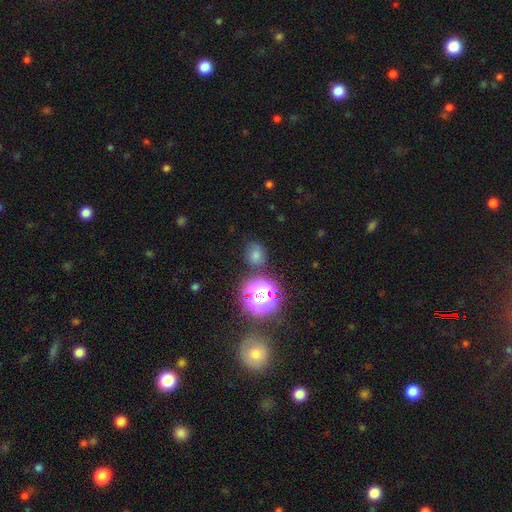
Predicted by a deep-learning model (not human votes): This appears to be a smooth galaxy with no disk features (59%) that is round (75%). Merging: none (79%).